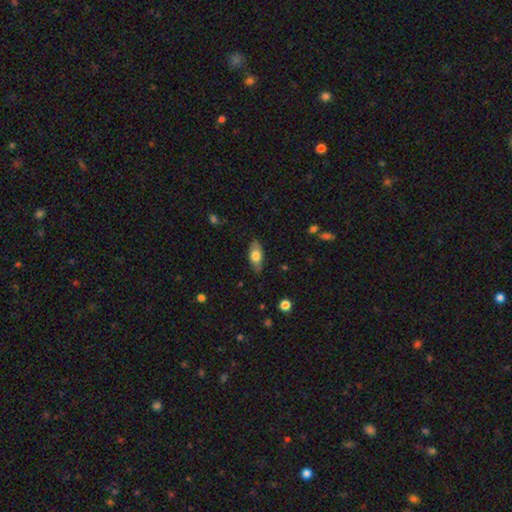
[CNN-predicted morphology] smooth 67%, featured or disk 27%, star or artifact 6%. Down the decision tree: how rounded — in between (85%); merging — none (81%).